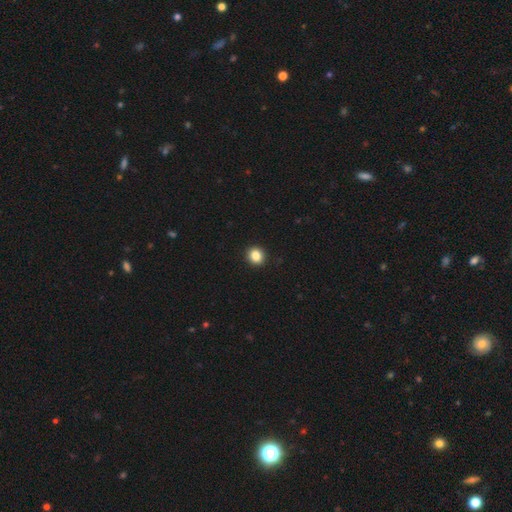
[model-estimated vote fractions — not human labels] smooth 85%, star or artifact 10%, featured or disk 5%. Down the decision tree: how rounded — round (83%); merging — none (93%).